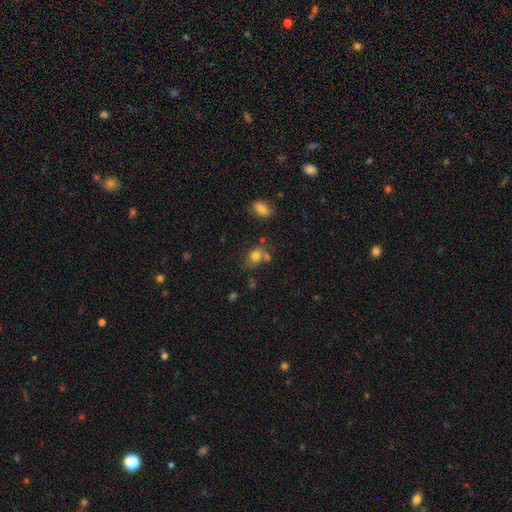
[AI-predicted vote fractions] Q: Smooth or featured?
A: smooth (76%); runner-up: star or artifact (12%)
Q: How rounded?
A: in between (59%); runner-up: round (40%)
Q: Merging?
A: none (53%); runner-up: merger (22%)